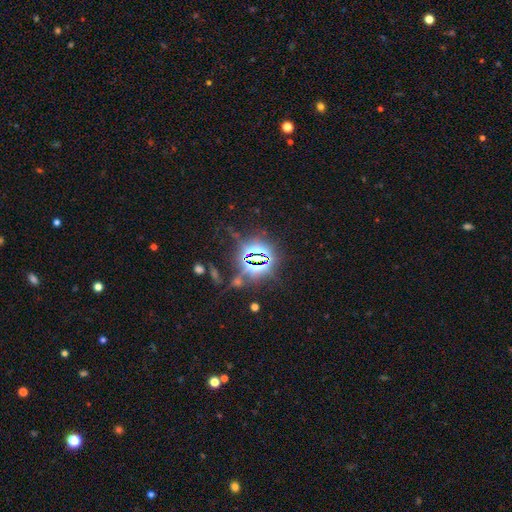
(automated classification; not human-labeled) smooth-or-featured: star or artifact: 82% | smooth: 11% | featured or disk: 8%